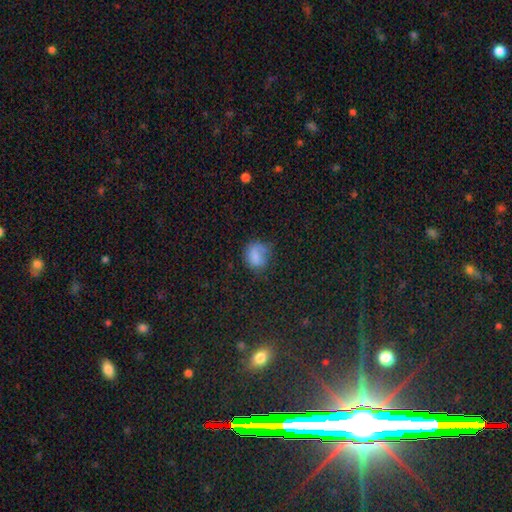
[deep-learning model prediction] Q: Smooth or featured?
A: smooth (77%); runner-up: star or artifact (12%)
Q: How rounded?
A: round (56%); runner-up: in between (42%)
Q: Merging?
A: none (51%); runner-up: minor disturbance (30%)